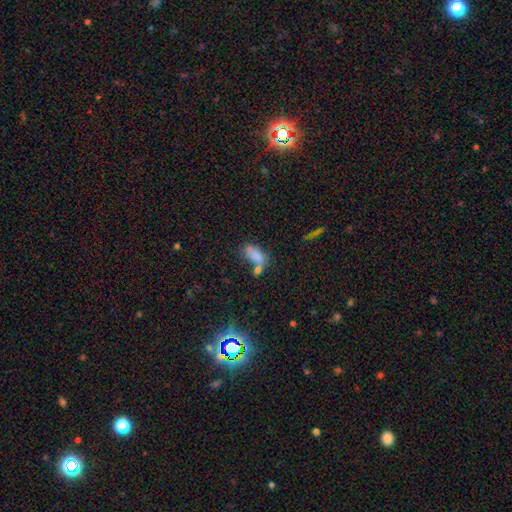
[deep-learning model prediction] Smooth or featured?
  - smooth: 75% *
  - featured or disk: 13%
  - star or artifact: 12%
How rounded?
  - in between: 87% *
  - cigar-shaped: 8%
  - round: 5%
Merging?
  - merger: 39% *
  - none: 31%
  - minor disturbance: 17%
  - major disturbance: 13%